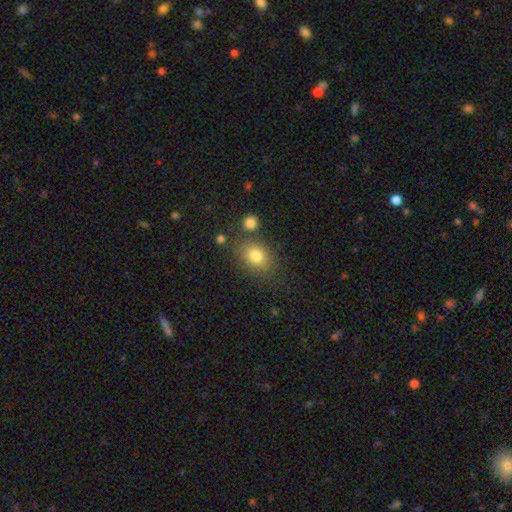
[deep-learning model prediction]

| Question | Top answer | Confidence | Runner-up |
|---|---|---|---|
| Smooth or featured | smooth | 80% | star or artifact (11%) |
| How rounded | in between | 66% | round (33%) |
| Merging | none | 73% | minor disturbance (14%) |